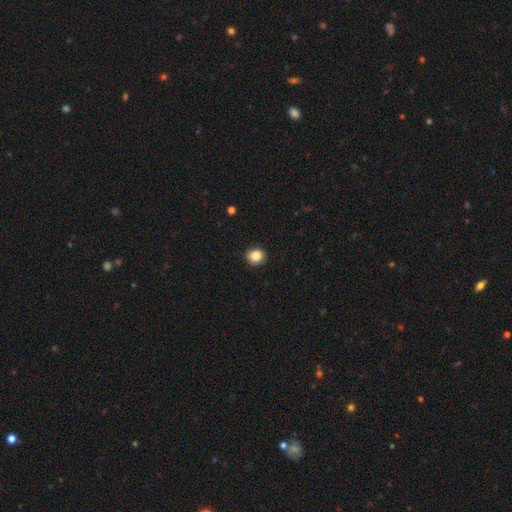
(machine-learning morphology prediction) Q: Smooth or featured?
A: smooth (87%); runner-up: star or artifact (9%)
Q: How rounded?
A: round (83%); runner-up: in between (16%)
Q: Merging?
A: none (86%); runner-up: minor disturbance (11%)